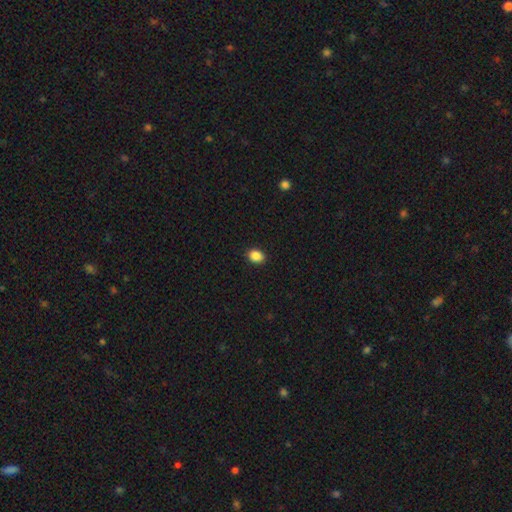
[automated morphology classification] smooth-or-featured: smooth: 88% | star or artifact: 9% | featured or disk: 3%
  how-rounded: in between: 66% | round: 33% | cigar-shaped: 1%
  merging: none: 91% | minor disturbance: 7% | major disturbance: 2% | merger: 1%